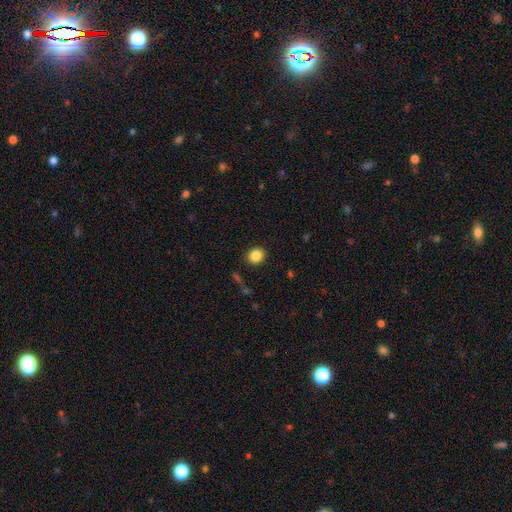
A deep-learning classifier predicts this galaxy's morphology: Smooth or featured?
  - smooth: 85% *
  - star or artifact: 10%
  - featured or disk: 5%
How rounded?
  - round: 81% *
  - in between: 18%
  - cigar-shaped: 1%
Merging?
  - none: 89% *
  - minor disturbance: 7%
  - major disturbance: 2%
  - merger: 1%